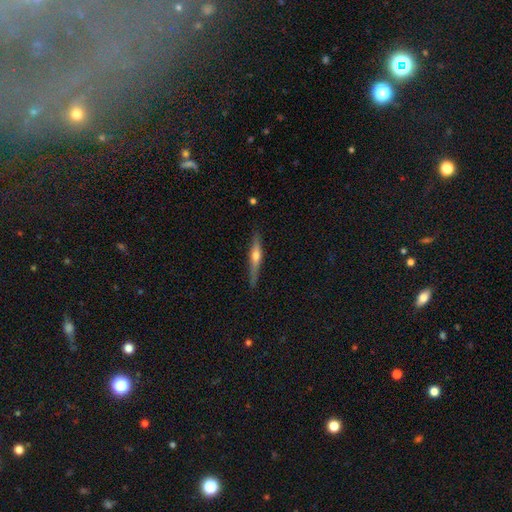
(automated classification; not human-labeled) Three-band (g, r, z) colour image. It shows a featured or disk galaxy (61%) viewed edge-on (97%) with a rounded central bulge (88%). Merging: none (84%).